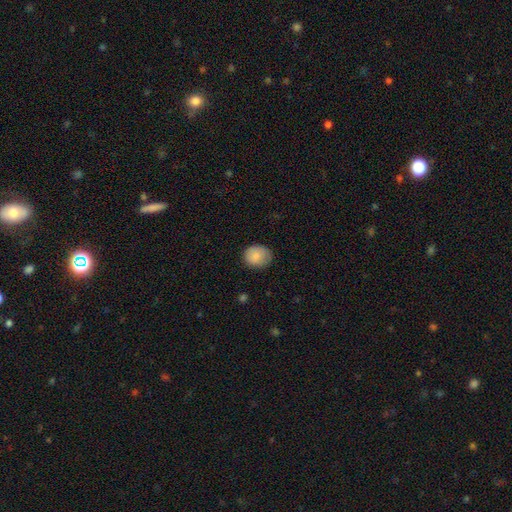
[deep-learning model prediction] A smooth galaxy with no disk features (87%) that is round (67%).

Vote fractions:
- Smooth or featured? smooth: 87% / star or artifact: 8% / featured or disk: 5%
- How rounded? round: 67% / in between: 32% / cigar-shaped: 1%
- Merging? none: 80% / minor disturbance: 16% / major disturbance: 3% / merger: 1%